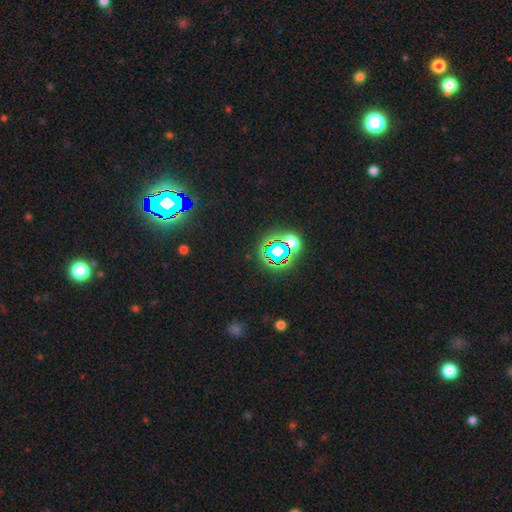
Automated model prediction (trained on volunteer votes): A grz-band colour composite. It shows a star or artifact, not a galaxy (79%).